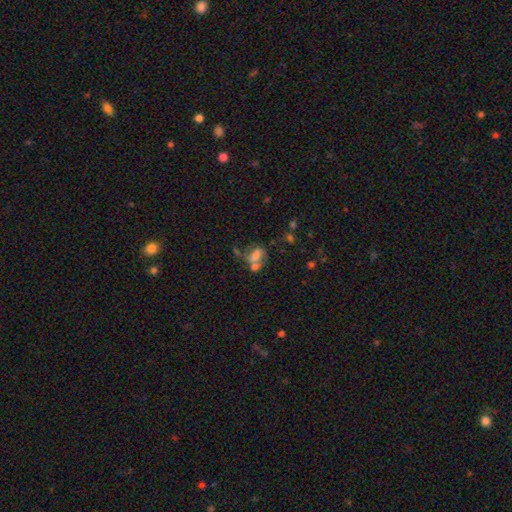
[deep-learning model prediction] smooth 54%, featured or disk 31%, star or artifact 15%. Down the decision tree: how rounded — in between (78%); merging — merger (41%).